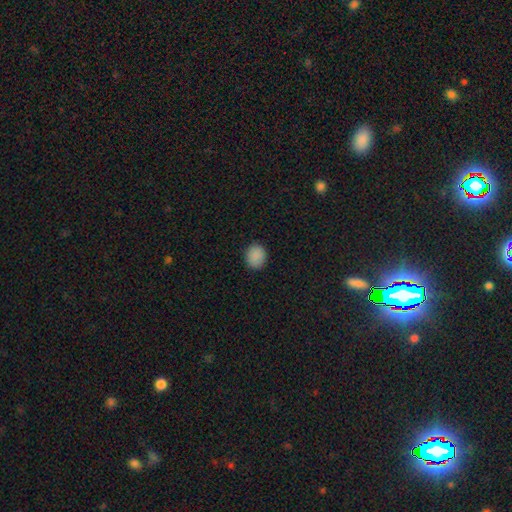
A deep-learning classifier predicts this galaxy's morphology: Smooth or featured? smooth (88%)
How rounded? round (65%)
Merging? none (88%)